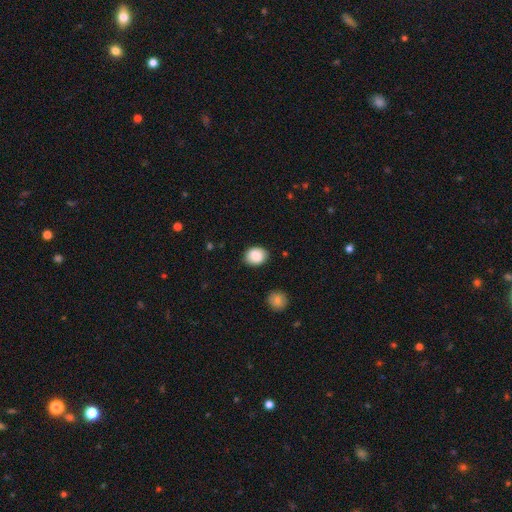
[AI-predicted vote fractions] Smooth or featured?
  - smooth: 88% *
  - star or artifact: 7%
  - featured or disk: 5%
How rounded?
  - round: 57% *
  - in between: 42%
  - cigar-shaped: 1%
Merging?
  - none: 84% *
  - minor disturbance: 12%
  - major disturbance: 3%
  - merger: 2%